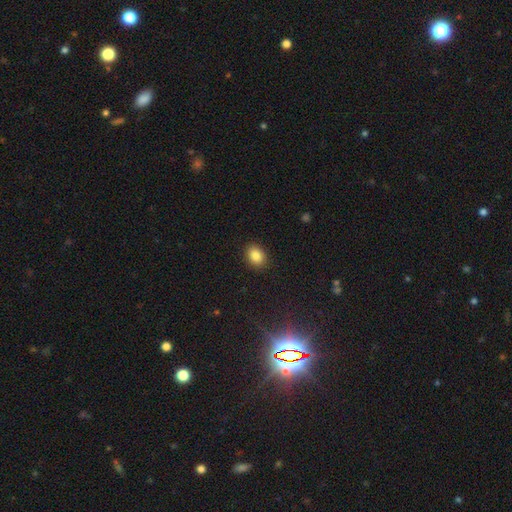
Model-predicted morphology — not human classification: Q: Smooth or featured?
A: smooth (86%); runner-up: star or artifact (9%)
Q: How rounded?
A: in between (57%); runner-up: round (42%)
Q: Merging?
A: none (89%); runner-up: minor disturbance (7%)